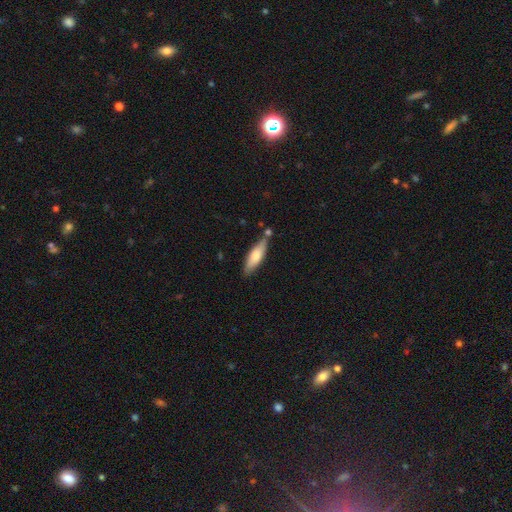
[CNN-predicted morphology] The model was most divided on "how rounded": cigar-shaped: 56%, in between: 43%, round: 2%. More confident: merging — none (73%); smooth or featured — smooth (67%).